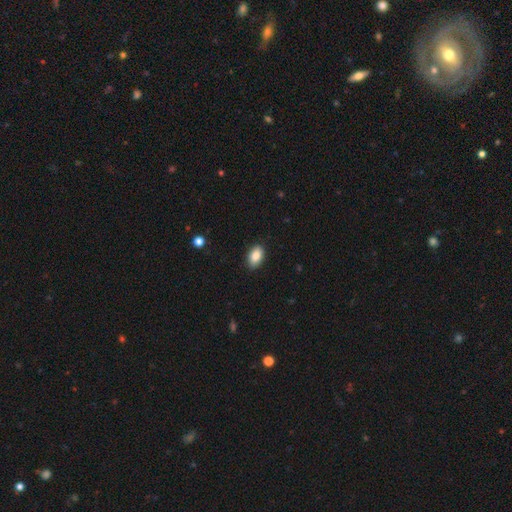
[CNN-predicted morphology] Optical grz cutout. It shows a smooth galaxy with no disk features (86%) that is in between round and cigar-shaped (91%). Merging: none (89%).